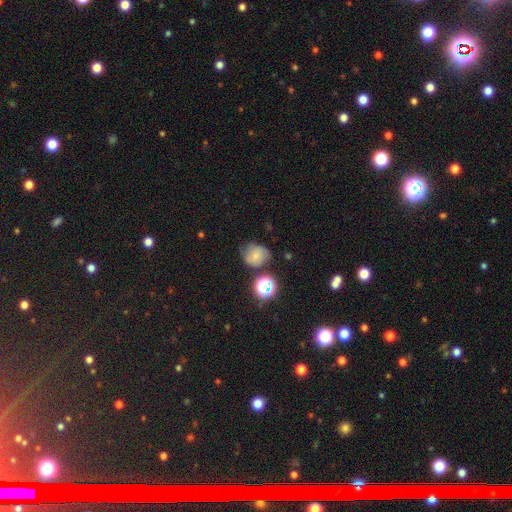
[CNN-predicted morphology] Smooth or featured?
  - smooth: 63% *
  - featured or disk: 19%
  - star or artifact: 18%
How rounded?
  - round: 70% *
  - in between: 29%
  - cigar-shaped: 1%
Merging?
  - none: 56% *
  - minor disturbance: 27%
  - major disturbance: 9%
  - merger: 7%